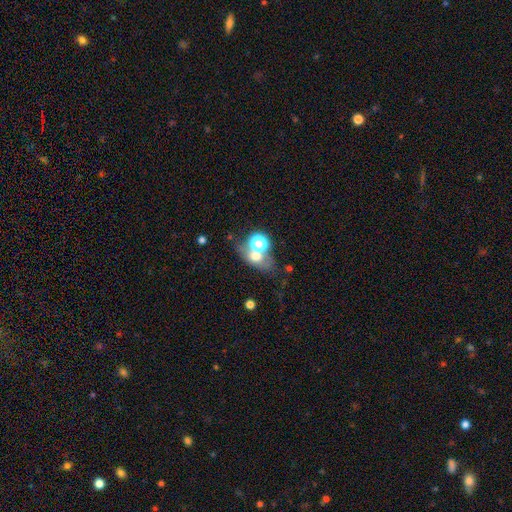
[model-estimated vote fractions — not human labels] Smooth or featured? Predicted: smooth (p=0.57). How rounded? Predicted: in between (p=0.59). Merging? Predicted: none (p=0.43).